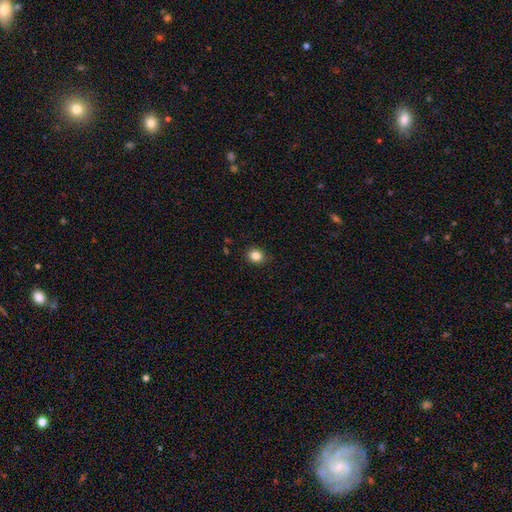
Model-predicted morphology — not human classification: Smooth or featured: smooth — 85% (star or artifact — 11%)
How rounded: round — 65% (in between — 34%)
Merging: none — 89% (minor disturbance — 8%)